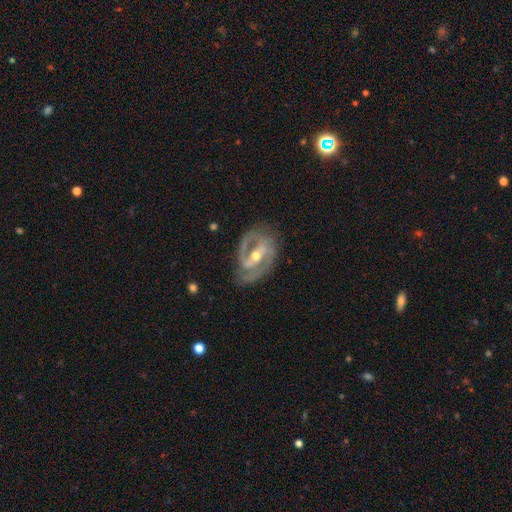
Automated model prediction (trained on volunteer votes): Q: Smooth or featured?
A: featured or disk (89%); runner-up: smooth (6%)
Q: Edge-on disk?
A: no (96%); runner-up: yes (4%)
Q: Bar?
A: strong (50%); runner-up: weak (33%)
Q: Spiral arms?
A: yes (94%); runner-up: no (6%)
Q: Spiral winding?
A: medium (48%); runner-up: tight (39%)
Q: Spiral arm count?
A: 2 (85%); runner-up: can't tell (5%)
Q: Bulge size?
A: moderate (59%); runner-up: small (37%)
Q: Merging?
A: none (74%); runner-up: minor disturbance (17%)